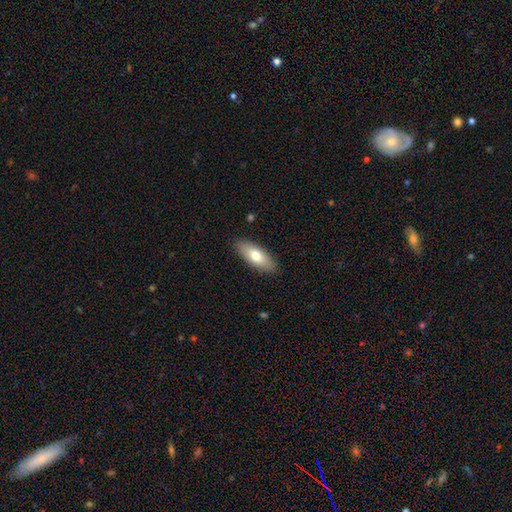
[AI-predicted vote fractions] smooth-or-featured: smooth: 72% | featured or disk: 22% | star or artifact: 6%
  how-rounded: in between: 75% | cigar-shaped: 22% | round: 2%
  merging: none: 88% | minor disturbance: 9% | major disturbance: 2% | merger: 1%